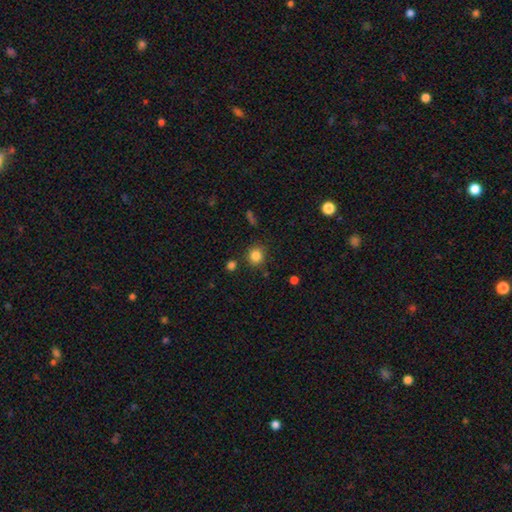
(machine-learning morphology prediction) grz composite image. It shows a smooth galaxy with no disk features (83%) that is round (87%). Merging: none (83%).